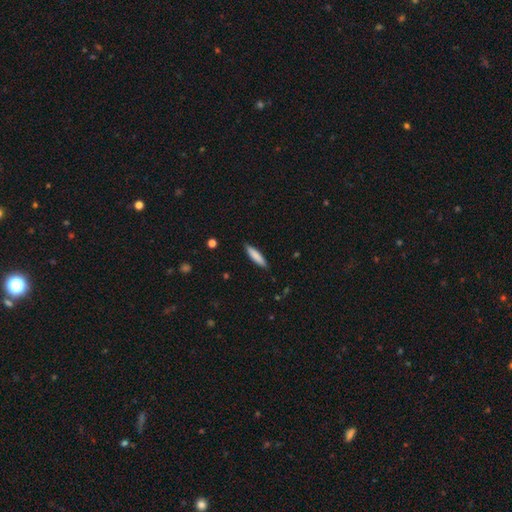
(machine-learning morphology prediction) smooth 83%, featured or disk 11%, star or artifact 5%. Down the decision tree: how rounded — cigar-shaped (82%); merging — none (89%).